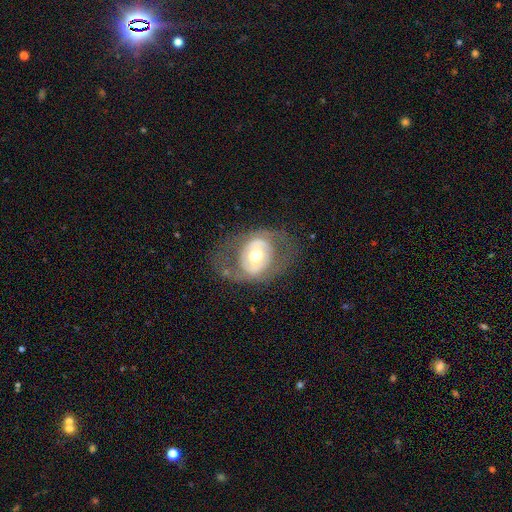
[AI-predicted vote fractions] smooth_or_featured: featured or disk (p=0.64) [alt: smooth p=0.30]
disk_edge_on: no (p=0.94) [alt: yes p=0.06]
bar: no (p=0.62) [alt: weak p=0.24]
has_spiral_arms: no (p=0.71) [alt: yes p=0.29]
bulge_size: moderate (p=0.70) [alt: small p=0.15]
merging: none (p=0.63) [alt: major disturbance p=0.19]